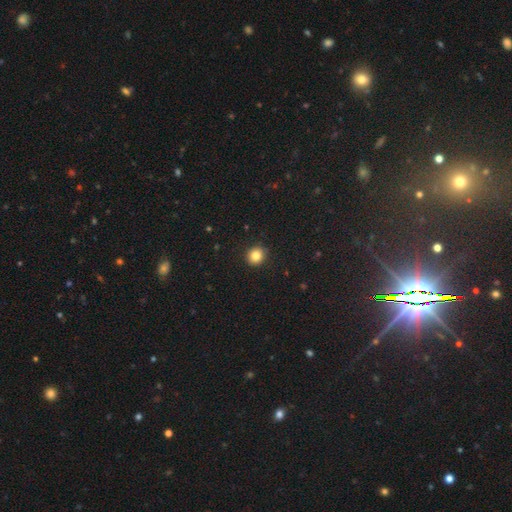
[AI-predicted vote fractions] A smooth galaxy with no disk features (83%) that is round (89%).

Vote fractions:
- Smooth or featured? smooth: 83% / star or artifact: 11% / featured or disk: 6%
- How rounded? round: 89% / in between: 10% / cigar-shaped: 1%
- Merging? none: 92% / minor disturbance: 6% / major disturbance: 2% / merger: 1%